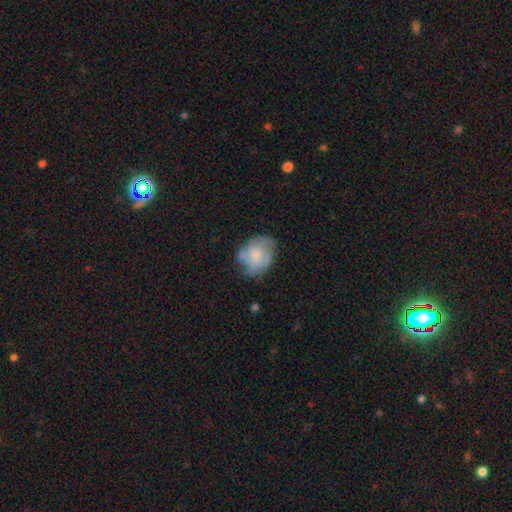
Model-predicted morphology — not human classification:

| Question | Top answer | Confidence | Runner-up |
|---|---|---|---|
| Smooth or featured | smooth | 48% | featured or disk (45%) |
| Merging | none | 53% | minor disturbance (30%) |